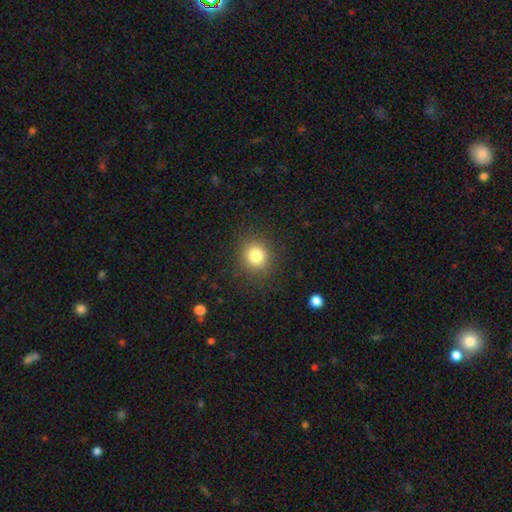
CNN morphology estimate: Smooth or featured: smooth — 80% (star or artifact — 13%)
How rounded: round — 87% (in between — 12%)
Merging: none — 88% (minor disturbance — 7%)